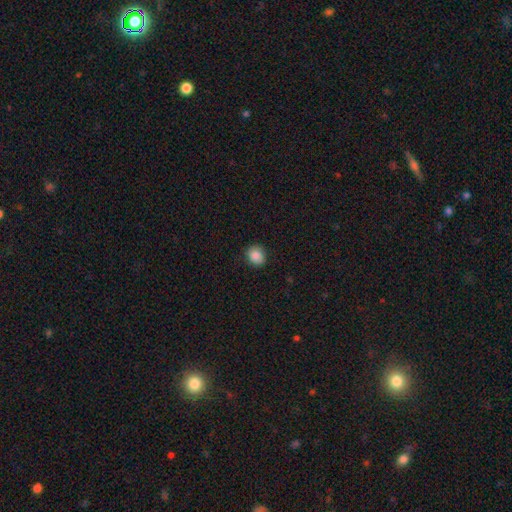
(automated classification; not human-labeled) Smooth or featured? smooth (86%)
How rounded? round (75%)
Merging? none (85%)